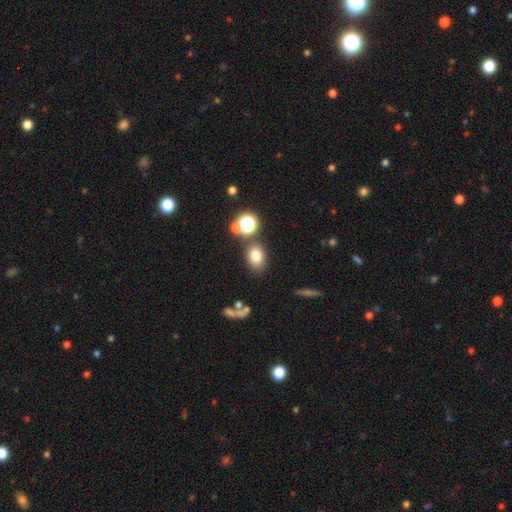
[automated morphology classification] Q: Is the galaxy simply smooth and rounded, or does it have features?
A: smooth — 76%.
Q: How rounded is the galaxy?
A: in between — 65%.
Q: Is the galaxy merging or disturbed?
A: none — 75%.